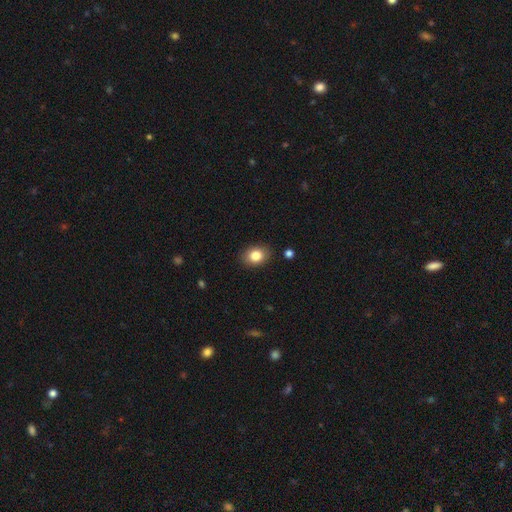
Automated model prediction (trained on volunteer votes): Smooth or featured? Predicted: smooth (p=0.84). How rounded? Predicted: in between (p=0.63). Merging? Predicted: none (p=0.86).